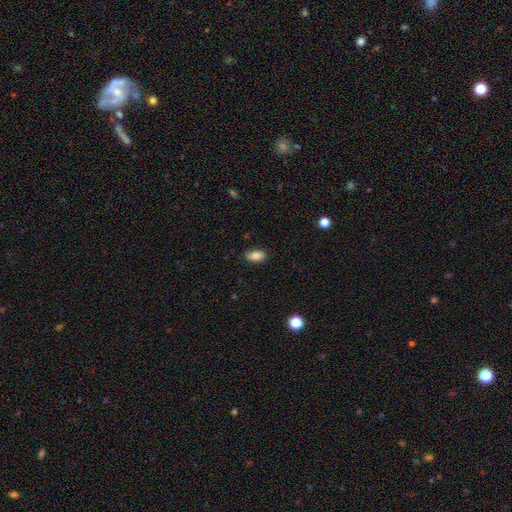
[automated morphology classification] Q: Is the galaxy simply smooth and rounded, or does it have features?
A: smooth — 84%.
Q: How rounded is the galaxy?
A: in between — 91%.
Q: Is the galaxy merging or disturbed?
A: none — 84%.